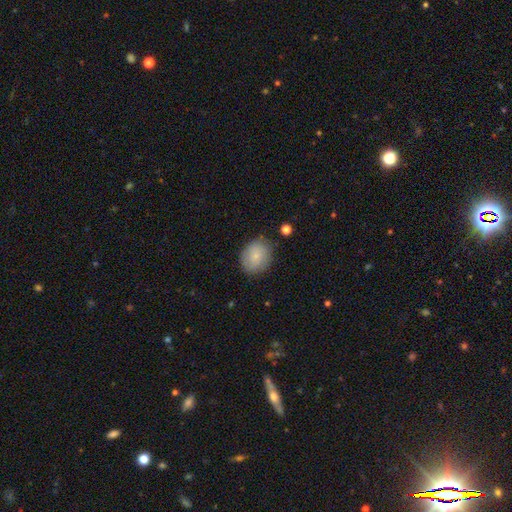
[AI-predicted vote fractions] Smooth or featured: smooth — 79% (featured or disk — 13%)
How rounded: round — 56% (in between — 43%)
Merging: none — 79% (minor disturbance — 15%)